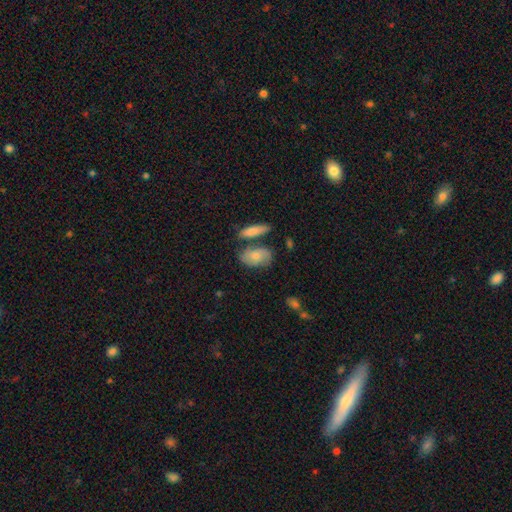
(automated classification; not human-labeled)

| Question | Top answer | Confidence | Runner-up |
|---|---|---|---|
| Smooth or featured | smooth | 69% | featured or disk (25%) |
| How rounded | in between | 85% | round (9%) |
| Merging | none | 56% | merger (22%) |